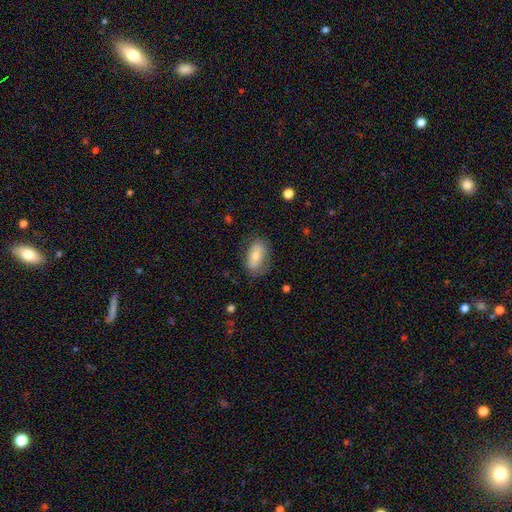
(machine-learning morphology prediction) Smooth or featured? Predicted: smooth (p=0.60). How rounded? Predicted: in between (p=0.89). Merging? Predicted: none (p=0.73).